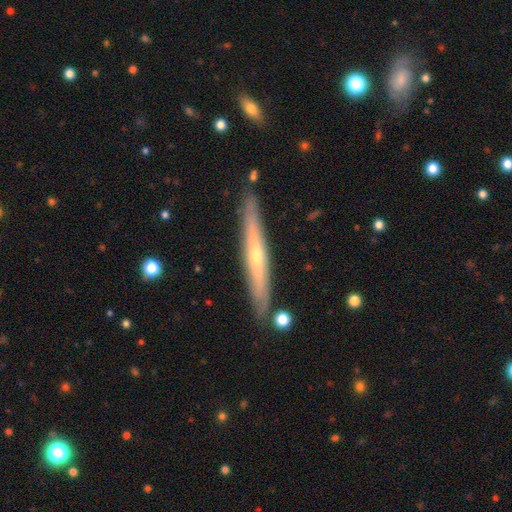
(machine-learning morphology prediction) Smooth or featured: featured or disk — 67% (smooth — 26%)
Edge-on disk: yes — 94% (no — 6%)
Edge-on bulge: rounded — 72% (none — 25%)
Merging: none — 87% (minor disturbance — 9%)